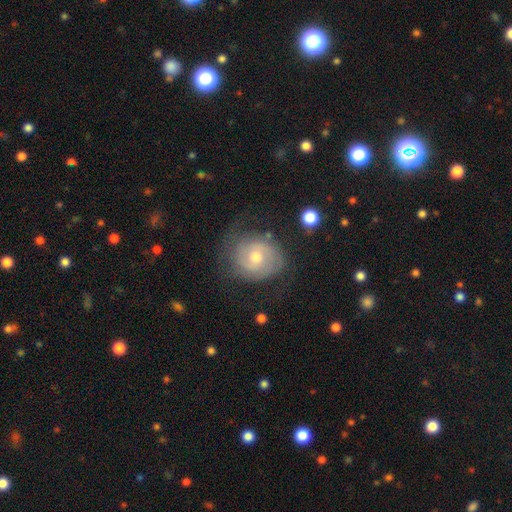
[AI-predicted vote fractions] featured or disk 66%, smooth 26%, star or artifact 8%. Down the decision tree: edge-on disk — no (97%); bar — no (64%); spiral arms — yes (84%); spiral arm count — 2 (54%); spiral winding — tight (56%); bulge size — moderate (62%); merging — none (65%).